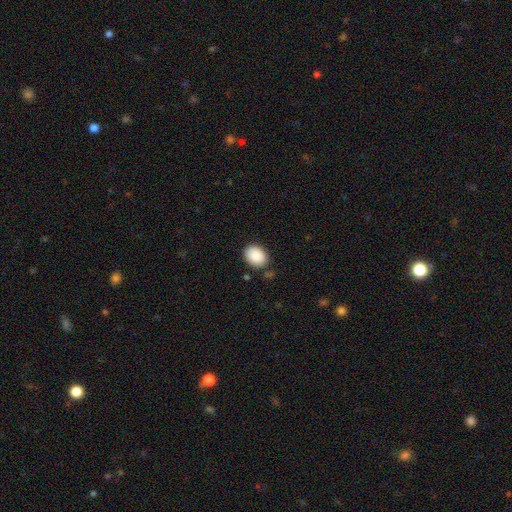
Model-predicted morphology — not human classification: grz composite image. It shows a smooth galaxy with no disk features (89%) that is in between round and cigar-shaped (65%). Merging: none (83%).